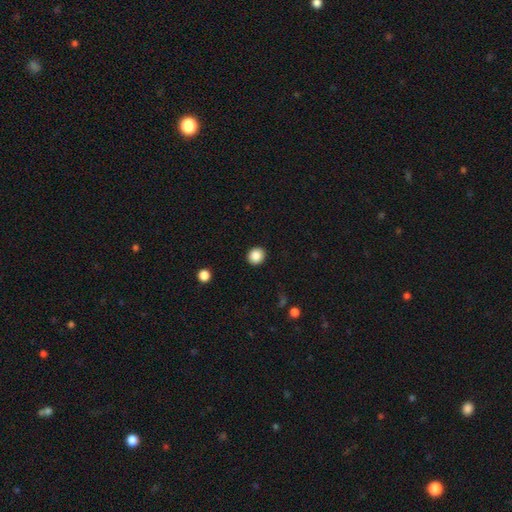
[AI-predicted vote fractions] Overall: smooth (87%). How rounded: round (85%). Merging: none (92%).